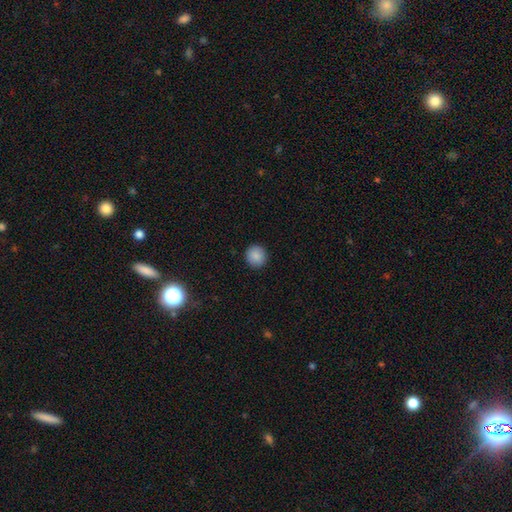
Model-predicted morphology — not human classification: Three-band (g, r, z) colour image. It shows a smooth galaxy with no disk features (88%) that is round (93%). Merging: none (92%).